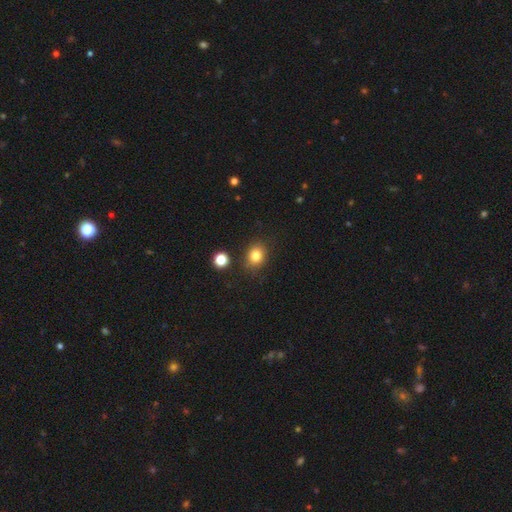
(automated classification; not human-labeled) Q: Smooth or featured?
A: smooth (82%); runner-up: star or artifact (11%)
Q: How rounded?
A: round (56%); runner-up: in between (43%)
Q: Merging?
A: none (82%); runner-up: minor disturbance (11%)